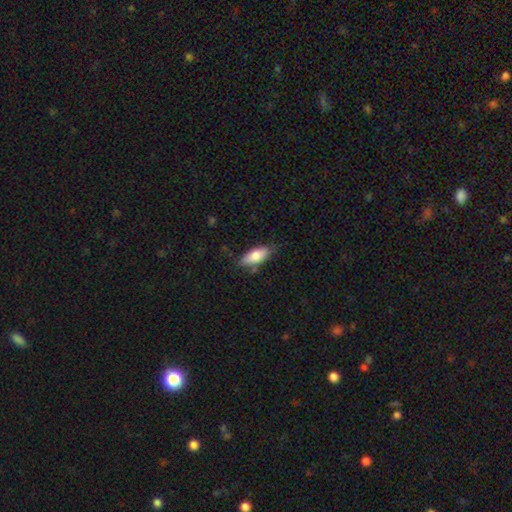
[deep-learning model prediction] Q: Smooth or featured?
A: smooth (77%); runner-up: featured or disk (17%)
Q: How rounded?
A: in between (78%); runner-up: cigar-shaped (20%)
Q: Merging?
A: none (74%); runner-up: minor disturbance (19%)